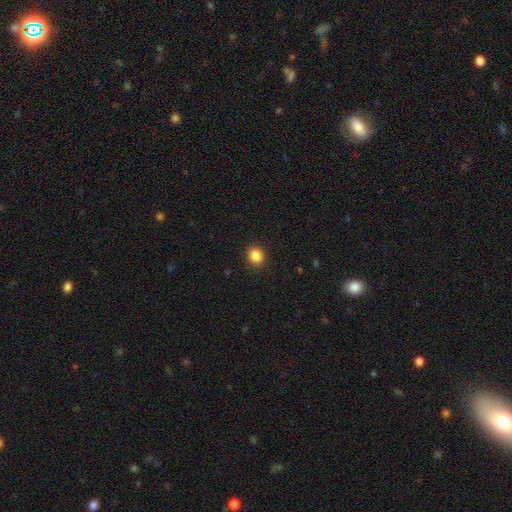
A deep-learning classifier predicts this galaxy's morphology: The model was most divided on "how rounded": round: 84%, in between: 15%, cigar-shaped: 1%. More confident: merging — none (91%); smooth or featured — smooth (86%).